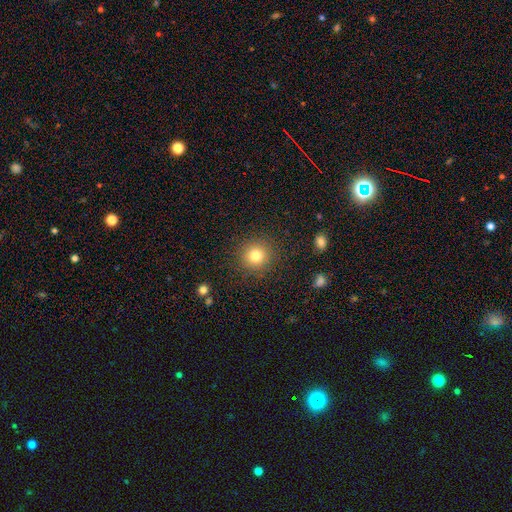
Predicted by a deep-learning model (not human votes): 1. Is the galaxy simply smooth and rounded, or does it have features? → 80% smooth, 12% star or artifact, 7% featured or disk.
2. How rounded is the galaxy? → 93% round, 6% in between, 1% cigar-shaped.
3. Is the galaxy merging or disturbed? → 89% none, 7% minor disturbance, 3% major disturbance, 1% merger.